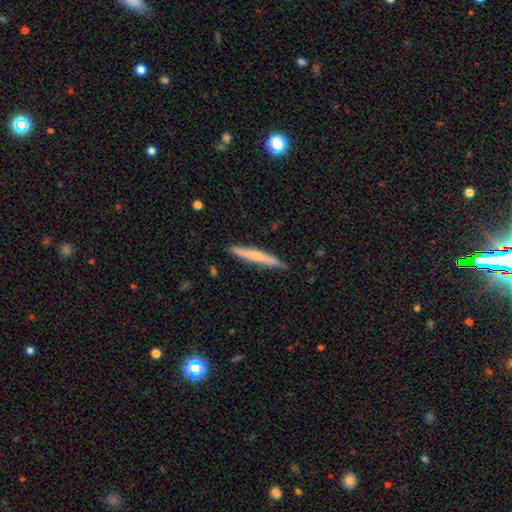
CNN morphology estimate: smooth-or-featured: smooth: 54% | featured or disk: 41% | star or artifact: 5%
  how-rounded: cigar-shaped: 96% | in between: 3% | round: 1%
  merging: none: 88% | minor disturbance: 9% | major disturbance: 1% | merger: 1%